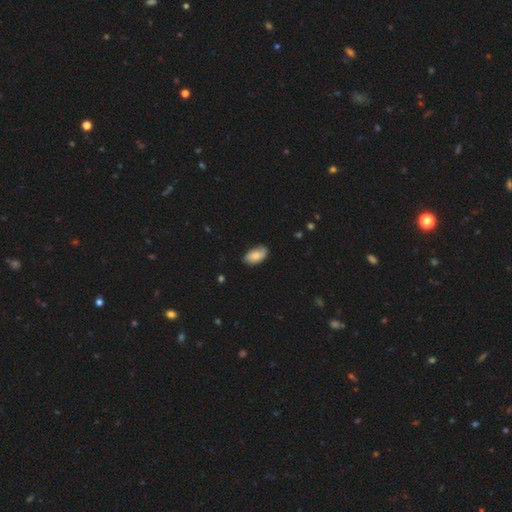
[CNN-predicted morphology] Overall: smooth (67%). How rounded: in between (94%). Merging: none (69%).